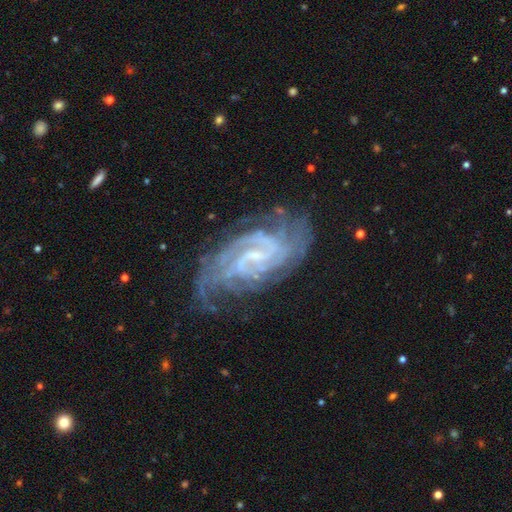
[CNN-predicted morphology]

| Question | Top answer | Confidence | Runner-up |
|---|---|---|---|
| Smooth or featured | featured or disk | 88% | star or artifact (7%) |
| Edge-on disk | no | 96% | yes (4%) |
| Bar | weak | 52% | strong (24%) |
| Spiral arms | yes | 97% | no (3%) |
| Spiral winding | tight | 59% | medium (34%) |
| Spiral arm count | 2 | 35% | can't tell (25%) |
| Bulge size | small | 61% | none (22%) |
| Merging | none | 66% | minor disturbance (21%) |